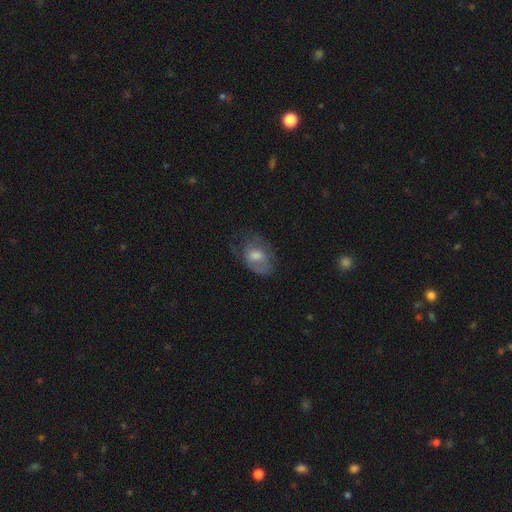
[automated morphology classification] This appears to be a smooth galaxy with no disk features (49%). Merging: none (49%).